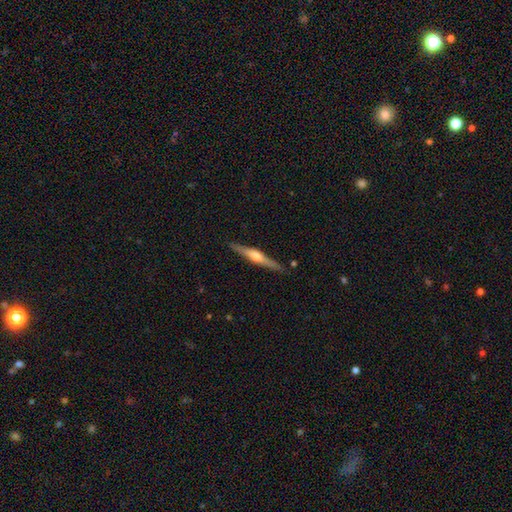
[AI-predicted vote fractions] Overall: featured or disk (72%). Edge-on disk: yes (98%). Edge-on bulge: rounded (83%). Merging: none (89%).